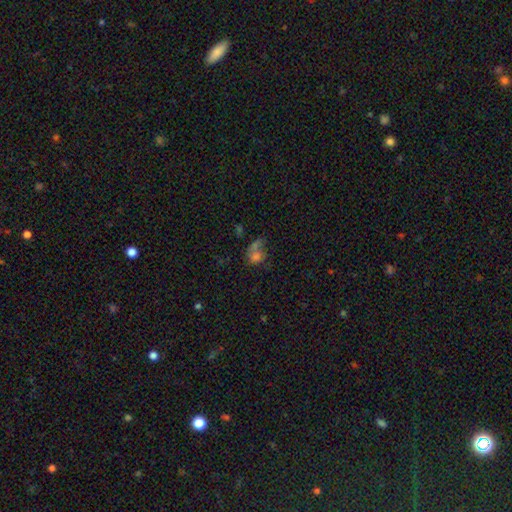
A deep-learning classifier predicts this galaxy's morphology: Overall: smooth (58%; star or artifact 22%). How rounded: round (60%; in between 38%). Merging: merger (38%; none 31%).